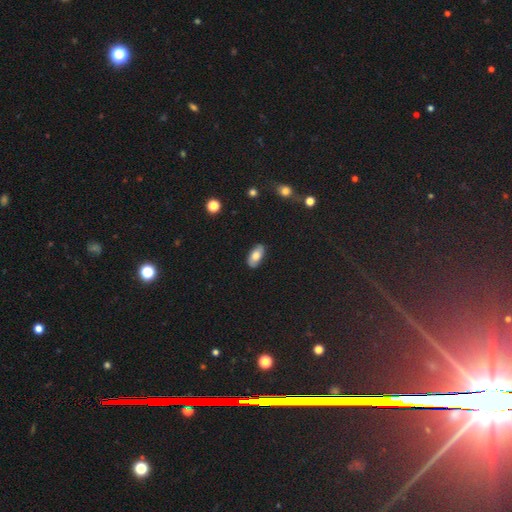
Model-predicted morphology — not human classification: Smooth or featured: smooth — 70% (featured or disk — 23%)
How rounded: in between — 92% (cigar-shaped — 4%)
Merging: none — 86% (minor disturbance — 11%)